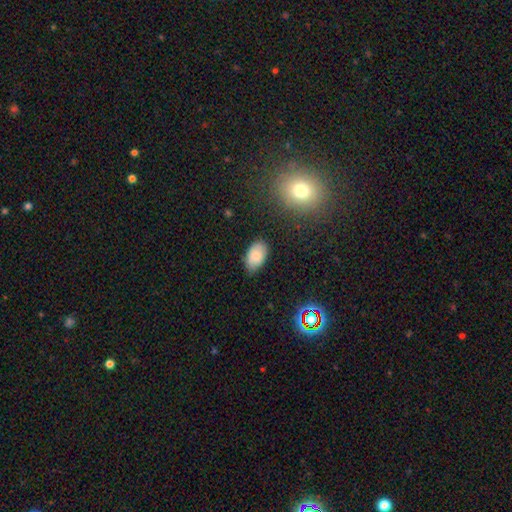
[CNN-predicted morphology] Overall: smooth (83%). How rounded: in between (92%). Merging: none (75%).